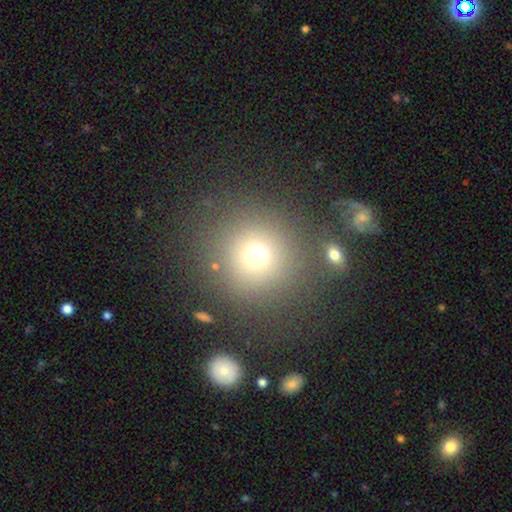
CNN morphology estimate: Overall: smooth (70%). How rounded: round (93%). Merging: none (79%).